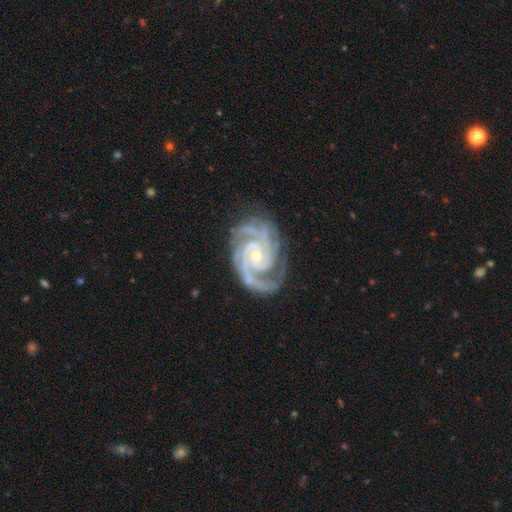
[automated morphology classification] Smooth or featured? featured or disk (93%)
Edge-on disk? no (98%)
Bar? no (66%)
Spiral arms? yes (99%)
Spiral winding? tight (66%)
Spiral arm count? 3 (50%)
Bulge size? small (68%)
Merging? none (76%)